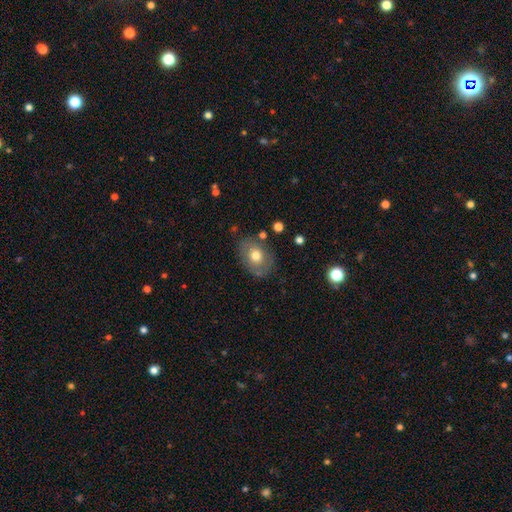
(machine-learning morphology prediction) Q: Smooth or featured?
A: smooth (69%); runner-up: featured or disk (22%)
Q: How rounded?
A: in between (64%); runner-up: round (35%)
Q: Merging?
A: none (78%); runner-up: minor disturbance (14%)